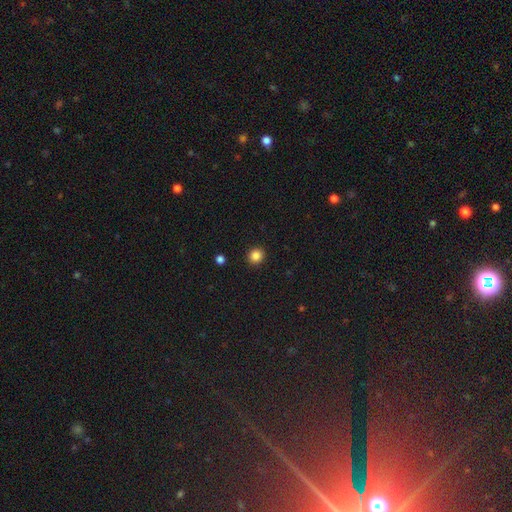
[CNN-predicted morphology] The model was most divided on "smooth or featured": smooth: 86%, star or artifact: 11%, featured or disk: 3%. More confident: merging — none (92%); how rounded — round (88%).